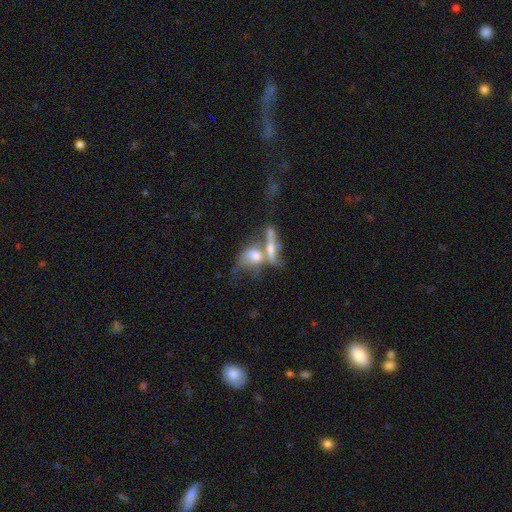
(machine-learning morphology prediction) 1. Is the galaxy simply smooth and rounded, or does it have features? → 46% featured or disk, 42% smooth, 12% star or artifact.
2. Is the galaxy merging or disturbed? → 62% merger, 17% none, 13% major disturbance, 8% minor disturbance.